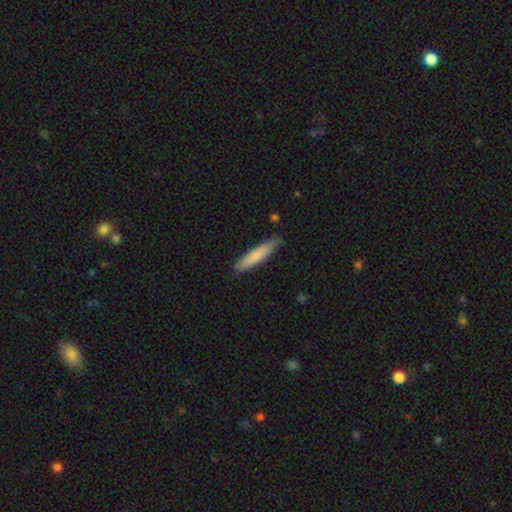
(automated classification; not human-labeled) Morphology: type=smooth (76%); roundness=cigar-shaped (89%); merging=none (85%).